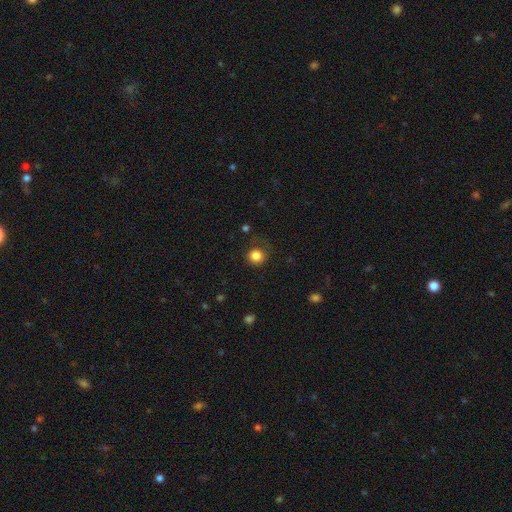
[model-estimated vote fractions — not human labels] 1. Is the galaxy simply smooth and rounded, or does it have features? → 84% smooth, 11% star or artifact, 5% featured or disk.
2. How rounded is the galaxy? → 88% round, 11% in between, 1% cigar-shaped.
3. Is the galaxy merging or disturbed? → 75% none, 16% minor disturbance, 7% major disturbance, 1% merger.